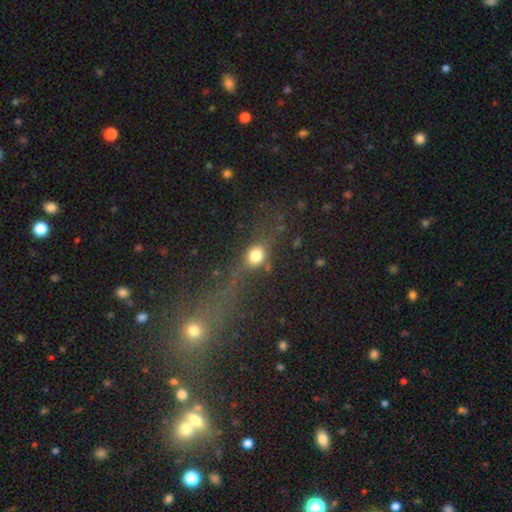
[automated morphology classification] smooth 71%, star or artifact 16%, featured or disk 12%. Down the decision tree: how rounded — in between (49%); merging — none (56%).